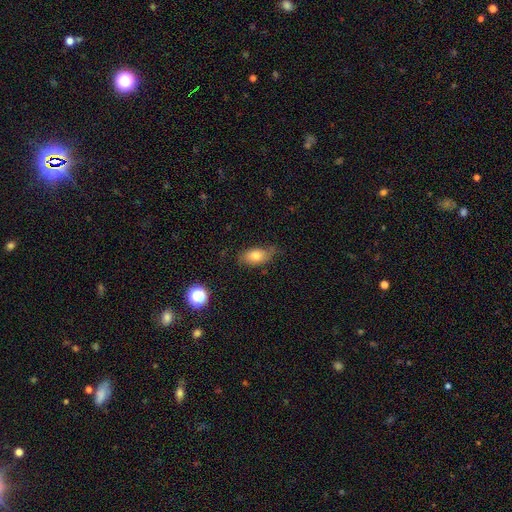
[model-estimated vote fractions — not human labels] smooth-or-featured: smooth: 76% | featured or disk: 15% | star or artifact: 9%
  how-rounded: in between: 87% | round: 9% | cigar-shaped: 4%
  merging: none: 63% | minor disturbance: 28% | major disturbance: 7% | merger: 2%